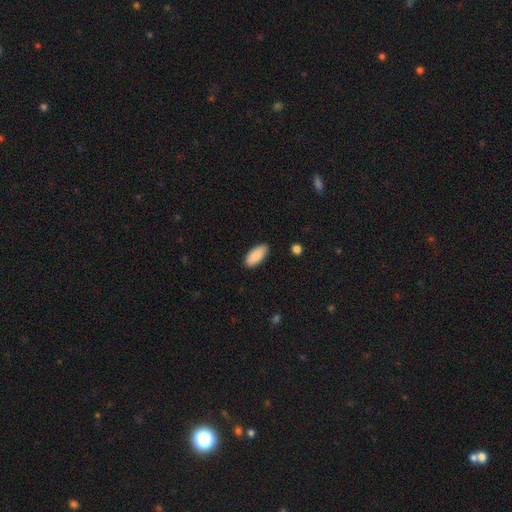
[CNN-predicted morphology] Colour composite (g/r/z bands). It shows a smooth galaxy with no disk features (89%) that is in between round and cigar-shaped (89%). Merging: none (89%).